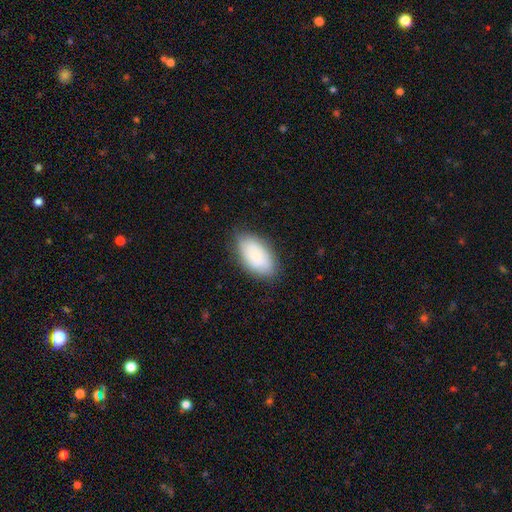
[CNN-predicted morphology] This appears to be a smooth galaxy with no disk features (82%) that is in between round and cigar-shaped (94%). Merging: none (81%).